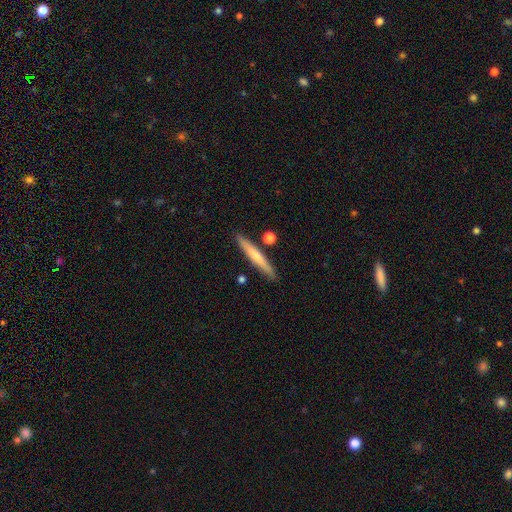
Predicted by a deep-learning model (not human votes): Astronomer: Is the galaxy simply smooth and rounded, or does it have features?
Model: smooth — 56% (runner-up: featured or disk, 38%).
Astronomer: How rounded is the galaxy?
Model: cigar-shaped — 95%.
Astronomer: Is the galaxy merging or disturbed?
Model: none — 86%.